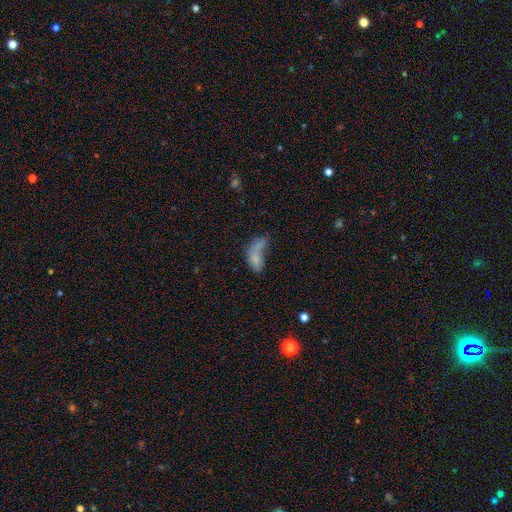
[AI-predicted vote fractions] The model was most divided on "merging": major disturbance: 36%, none: 23%, merger: 23%, minor disturbance: 18%. More confident: how rounded — in between (83%); smooth or featured — smooth (63%).